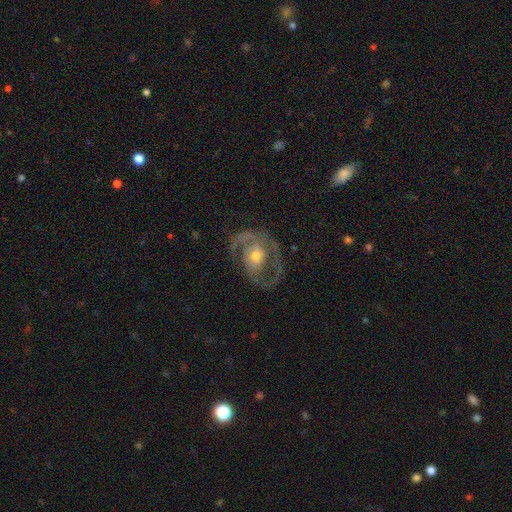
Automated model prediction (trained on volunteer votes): Smooth or featured? Predicted: featured or disk (p=0.86). Edge-on disk? Predicted: no (p=0.97). Bar? Predicted: no (p=0.58). Spiral arms? Predicted: yes (p=0.91). Spiral winding? Predicted: medium (p=0.50). Spiral arm count? Predicted: 2 (p=0.82). Bulge size? Predicted: moderate (p=0.59). Merging? Predicted: none (p=0.73).